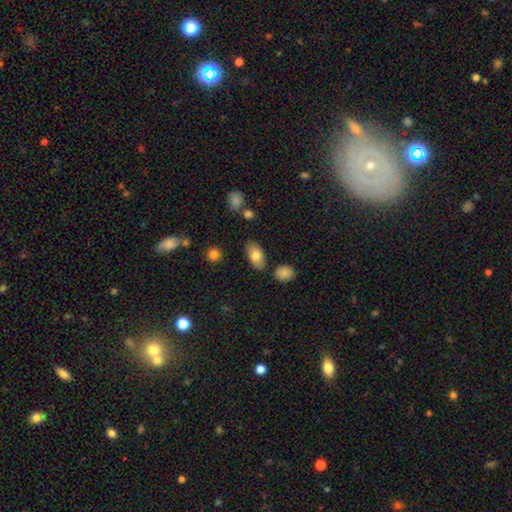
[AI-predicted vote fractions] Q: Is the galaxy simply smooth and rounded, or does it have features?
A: smooth — 79%.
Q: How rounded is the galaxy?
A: in between — 92%.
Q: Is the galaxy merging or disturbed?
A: none — 82%.